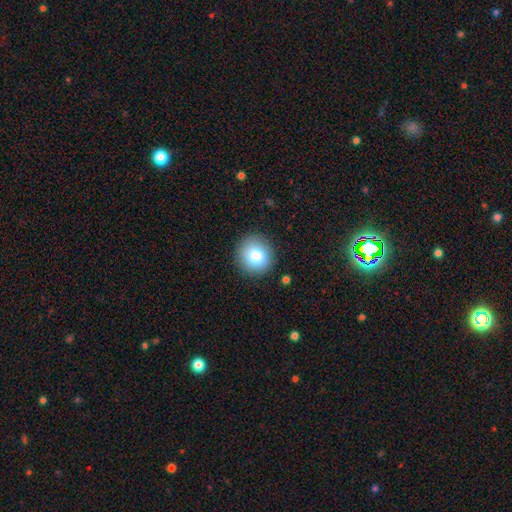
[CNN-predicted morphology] Q: Smooth or featured?
A: smooth (82%); runner-up: star or artifact (10%)
Q: How rounded?
A: round (91%); runner-up: in between (8%)
Q: Merging?
A: none (89%); runner-up: minor disturbance (7%)